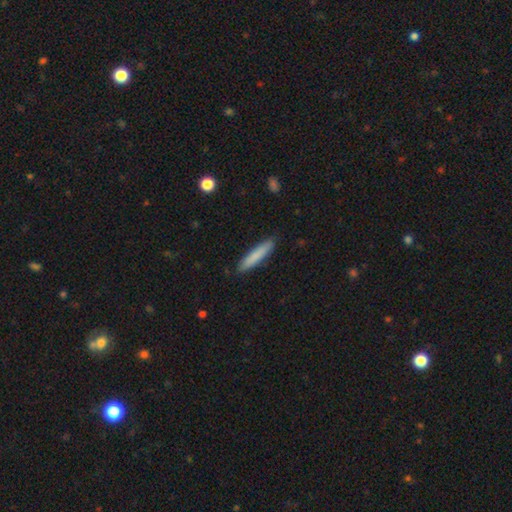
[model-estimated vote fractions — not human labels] This is clearly a smooth galaxy (81%). How rounded: clearly cigar-shaped (90%). Merging: clearly none (89%).